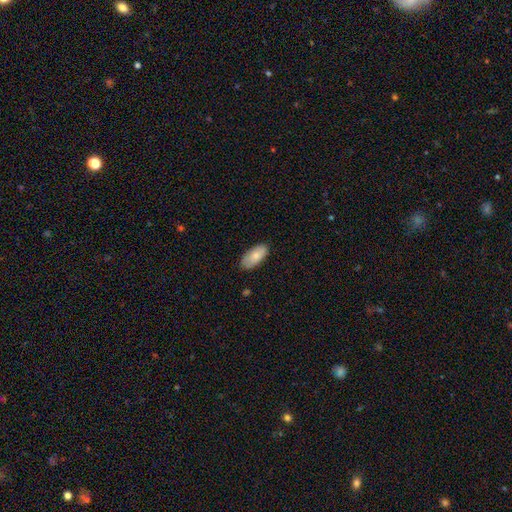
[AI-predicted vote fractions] This is clearly a smooth galaxy (80%). How rounded: clearly in between (91%). Merging: clearly none (81%).